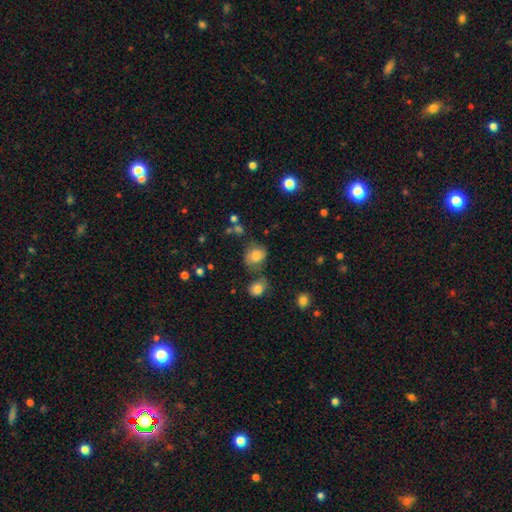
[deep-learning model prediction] Overall: smooth (76%). How rounded: round (57%; in between 42%). Merging: none (56%; minor disturbance 22%).